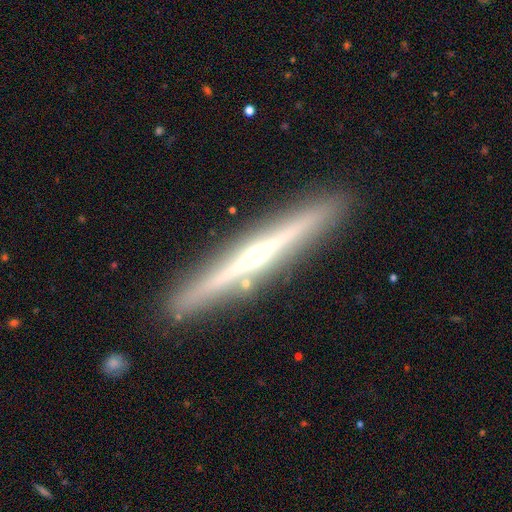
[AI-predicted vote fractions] Smooth or featured?
  - featured or disk: 81% *
  - smooth: 13%
  - star or artifact: 6%
Edge-on disk?
  - yes: 98% *
  - no: 2%
Edge-on bulge?
  - rounded: 78% *
  - none: 17%
  - boxy: 5%
Merging?
  - none: 90% *
  - minor disturbance: 7%
  - merger: 2%
  - major disturbance: 2%